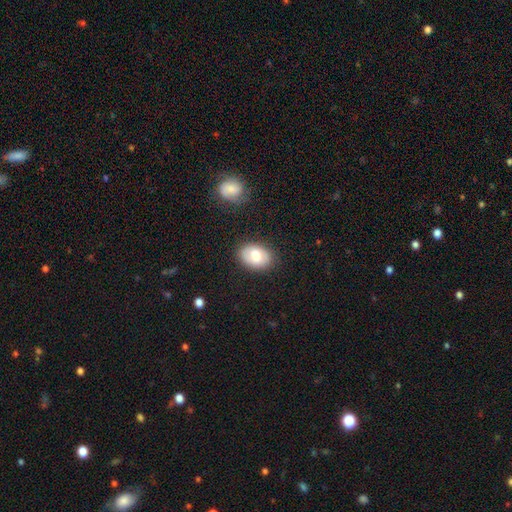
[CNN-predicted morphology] Smooth or featured? Predicted: smooth (p=0.69). How rounded? Predicted: in between (p=0.79). Merging? Predicted: none (p=0.84).